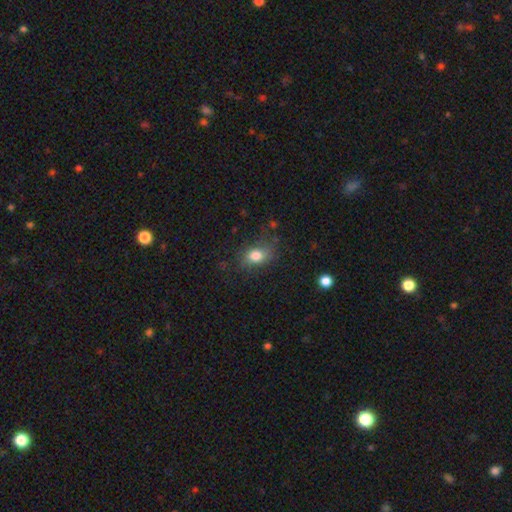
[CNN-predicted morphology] A smooth galaxy with no disk features (80%) that is in between round and cigar-shaped (75%). Merging: none (67%).